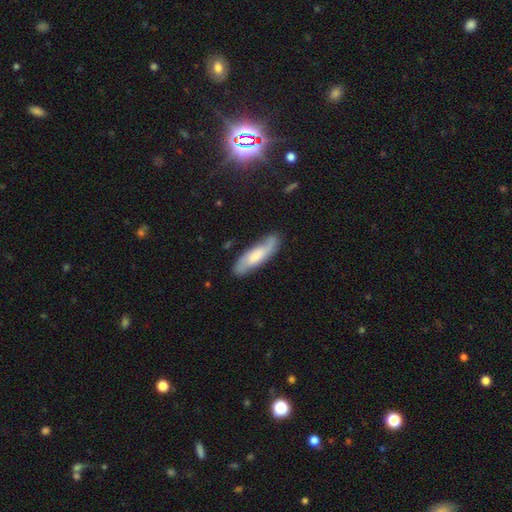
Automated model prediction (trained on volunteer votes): The model was most divided on "smooth or featured": featured or disk: 52%, smooth: 41%, star or artifact: 7%. More confident: merging — none (77%); edge-on disk — no (74%).